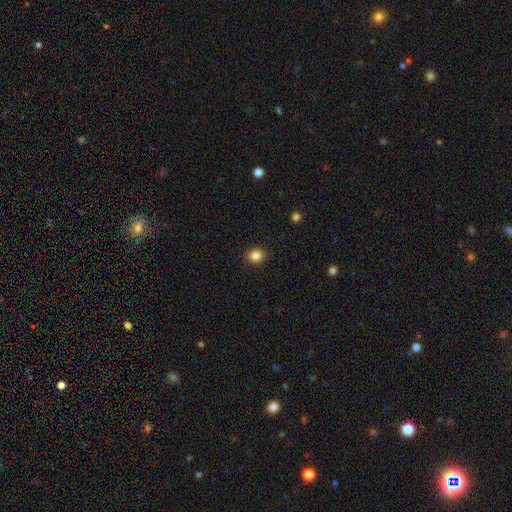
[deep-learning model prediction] smooth_or_featured: smooth (p=0.85) [alt: star or artifact p=0.11]
how_rounded: round (p=0.74) [alt: in between p=0.26]
merging: none (p=0.90) [alt: minor disturbance p=0.07]